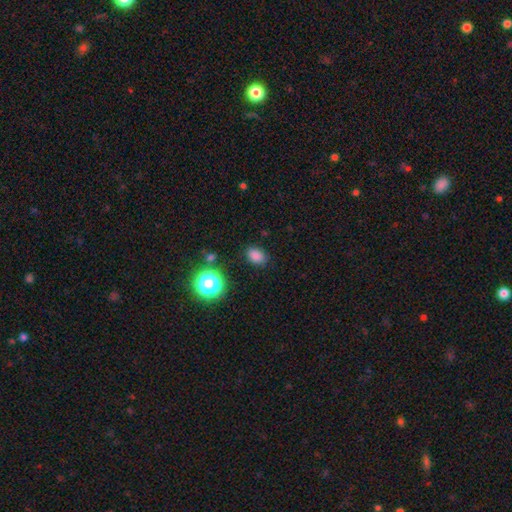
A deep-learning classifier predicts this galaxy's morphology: Overall: smooth (81%). How rounded: in between (70%). Merging: none (83%).